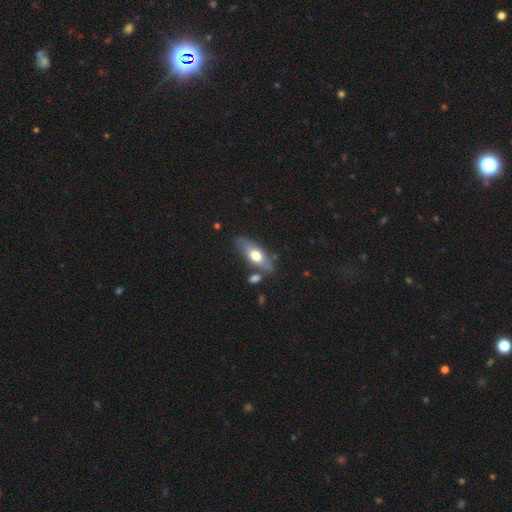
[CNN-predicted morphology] Smooth or featured? Predicted: smooth (p=0.55). How rounded? Predicted: in between (p=0.68). Merging? Predicted: none (p=0.73).